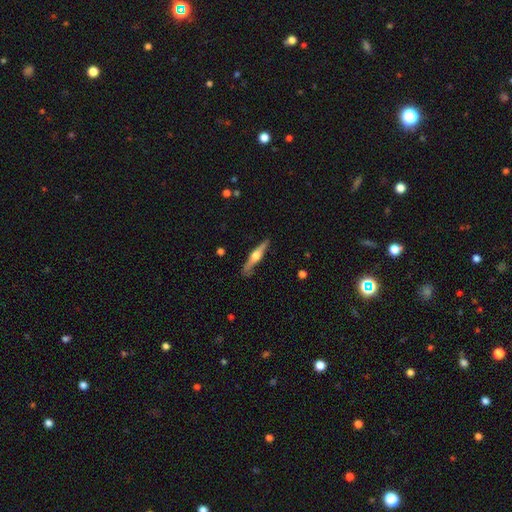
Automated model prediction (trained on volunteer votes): Smooth or featured?
  - featured or disk: 69% *
  - smooth: 26%
  - star or artifact: 5%
Edge-on disk?
  - yes: 97% *
  - no: 3%
Edge-on bulge?
  - rounded: 93% *
  - boxy: 4%
  - none: 3%
Merging?
  - none: 87% *
  - minor disturbance: 10%
  - major disturbance: 2%
  - merger: 1%